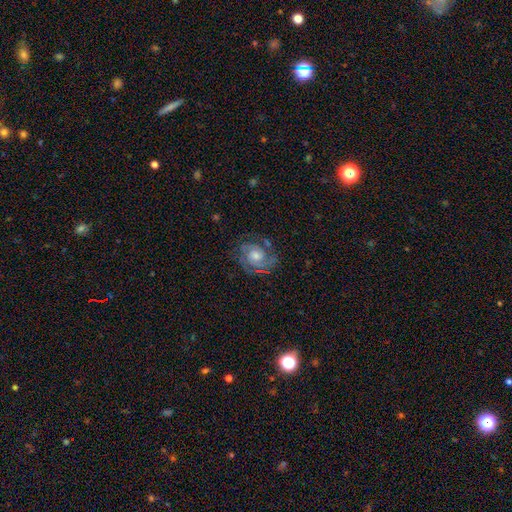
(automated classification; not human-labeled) This is clearly a featured or disk galaxy (83%). It is clearly not viewed edge-on (98%). Bar: likely no (69%). Spiral arm pattern: clearly yes (96%). Spiral arm count: possibly 2 (51%). Spiral winding: possibly tight (58%). Central bulge: possibly moderate (54%). Merging: likely none (74%).